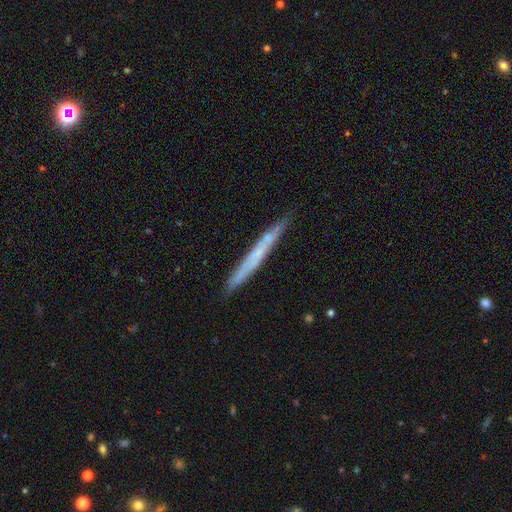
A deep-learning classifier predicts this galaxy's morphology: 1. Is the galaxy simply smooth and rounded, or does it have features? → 48% featured or disk, 45% smooth, 6% star or artifact.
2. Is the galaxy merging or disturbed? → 85% none, 11% minor disturbance, 2% merger, 2% major disturbance.